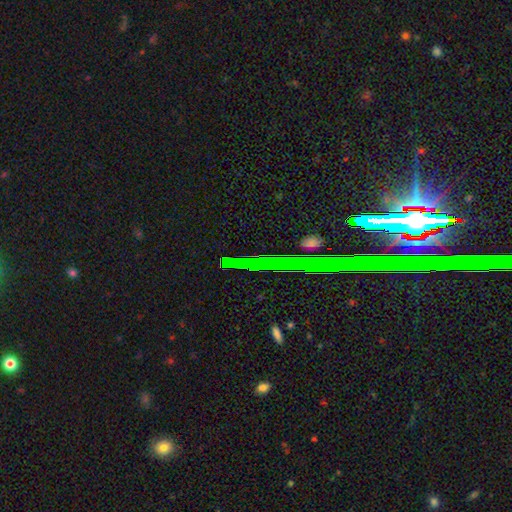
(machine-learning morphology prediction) A star or artifact, not a galaxy (56%).

Vote fractions:
- Smooth or featured? star or artifact: 56% / smooth: 26% / featured or disk: 18%